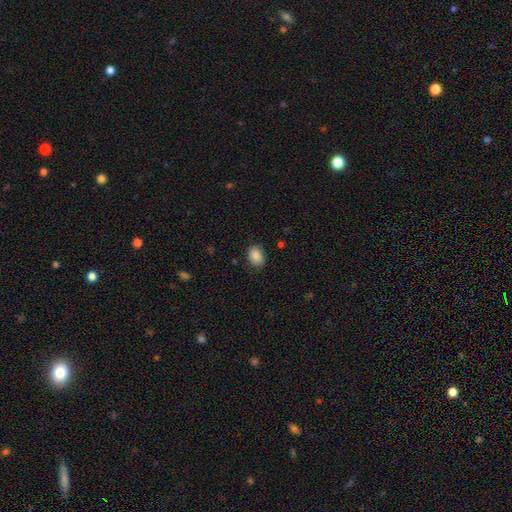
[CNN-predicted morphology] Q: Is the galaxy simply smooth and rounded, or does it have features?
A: smooth — 88%.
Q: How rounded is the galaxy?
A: in between — 66%.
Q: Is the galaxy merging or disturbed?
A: none — 85%.